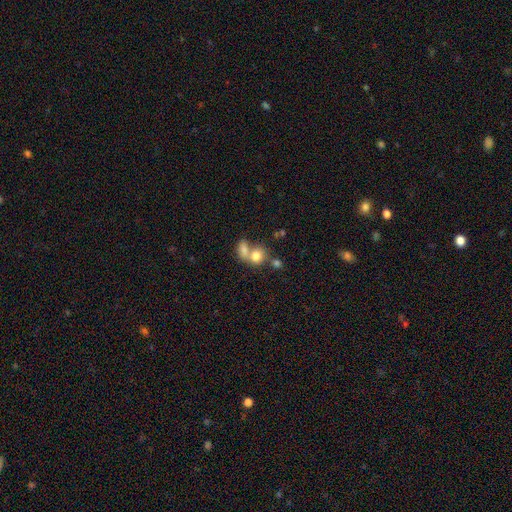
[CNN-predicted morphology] This is likely a smooth galaxy (77%). How rounded: possibly round (55%). Merging: possibly merger (60%).